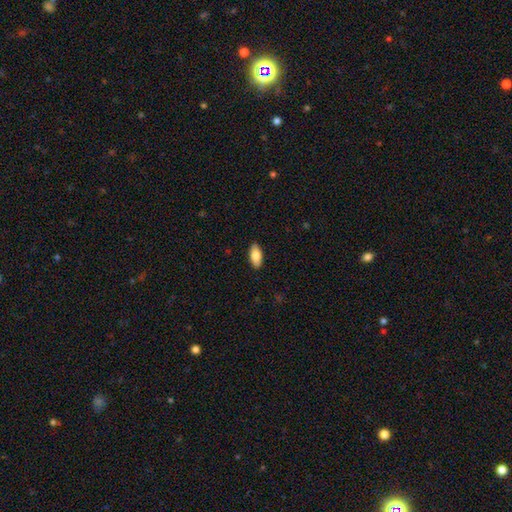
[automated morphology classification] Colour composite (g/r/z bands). It shows a smooth galaxy with no disk features (83%) that is in between round and cigar-shaped (90%). Merging: none (89%).